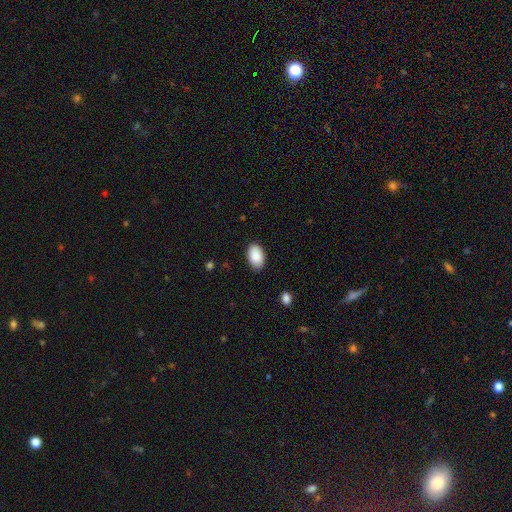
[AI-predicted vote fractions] smooth 90%, star or artifact 6%, featured or disk 4%. Down the decision tree: how rounded — in between (93%); merging — none (86%).